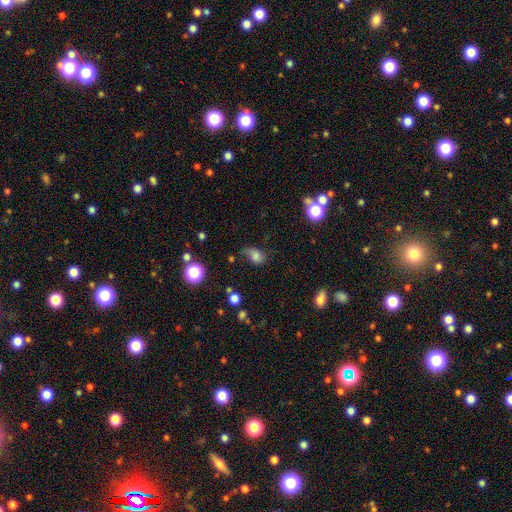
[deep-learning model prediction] Smooth or featured? smooth (73%)
How rounded? in between (68%)
Merging? none (38%)